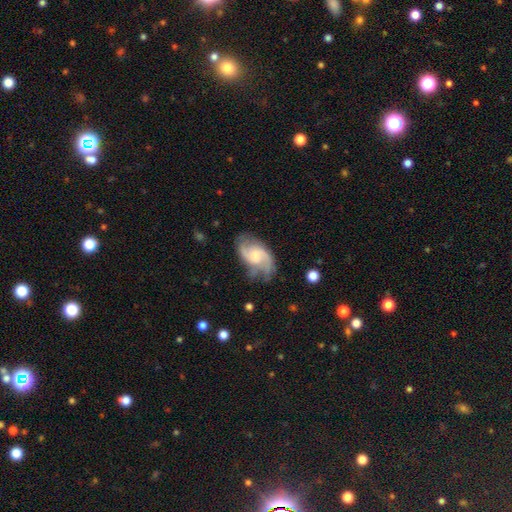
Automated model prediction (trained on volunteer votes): This appears to be a featured or disk galaxy (79%) with no bar (47%), 2 (75%) medium (47%) spiral arms (95%) and a moderate central bulge (33%). Merging: none (61%).